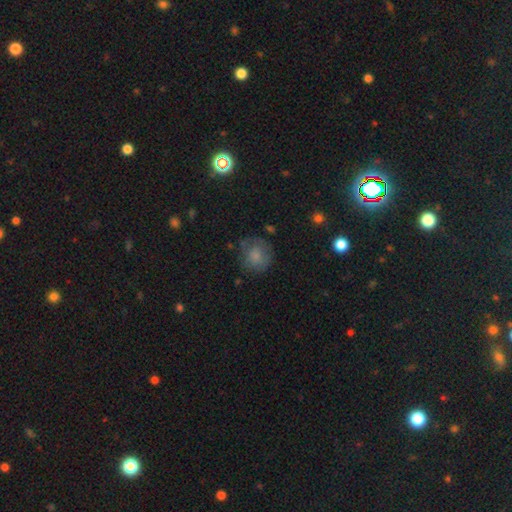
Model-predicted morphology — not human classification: Overall: smooth (74%). How rounded: round (85%). Merging: none (64%).